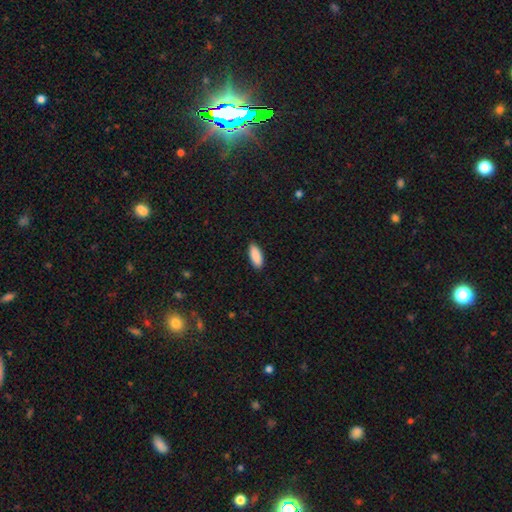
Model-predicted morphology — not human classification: type=smooth (91%); roundness=in between (77%); merging=none (90%).